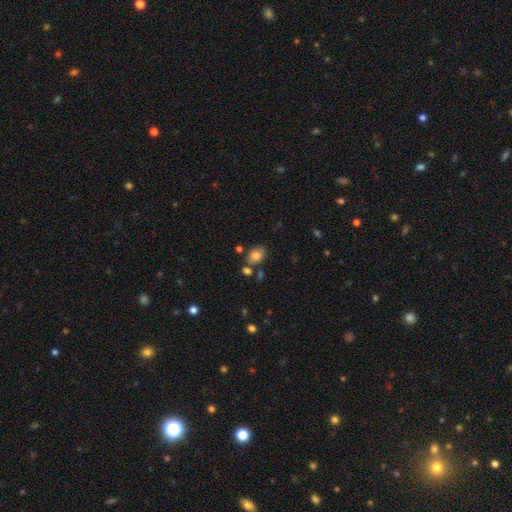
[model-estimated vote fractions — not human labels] smooth 78%, featured or disk 13%, star or artifact 9%. Down the decision tree: how rounded — in between (75%); merging — none (66%).